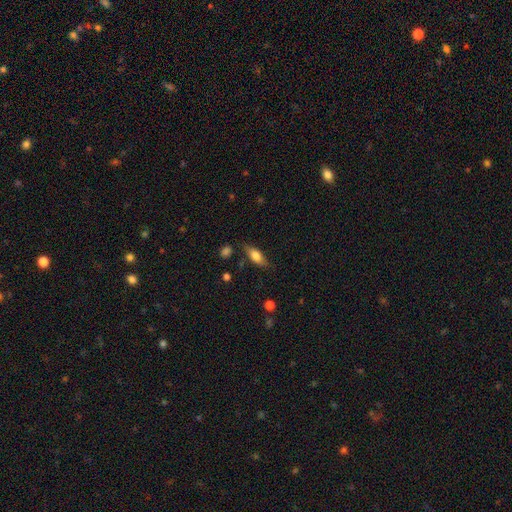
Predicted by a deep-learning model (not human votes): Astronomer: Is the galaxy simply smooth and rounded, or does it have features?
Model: smooth — 70%.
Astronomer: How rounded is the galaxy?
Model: in between — 72%.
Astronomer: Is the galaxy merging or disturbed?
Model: none — 76%.